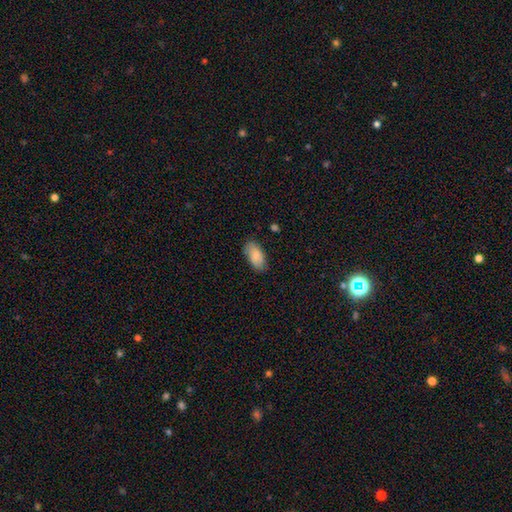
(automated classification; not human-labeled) Smooth or featured: smooth — 82% (featured or disk — 12%)
How rounded: in between — 94% (round — 3%)
Merging: none — 80% (minor disturbance — 15%)